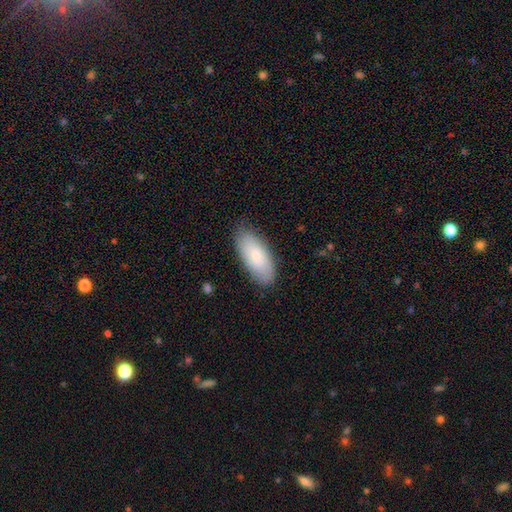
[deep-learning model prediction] Overall: smooth (76%). How rounded: in between (85%). Merging: none (83%).